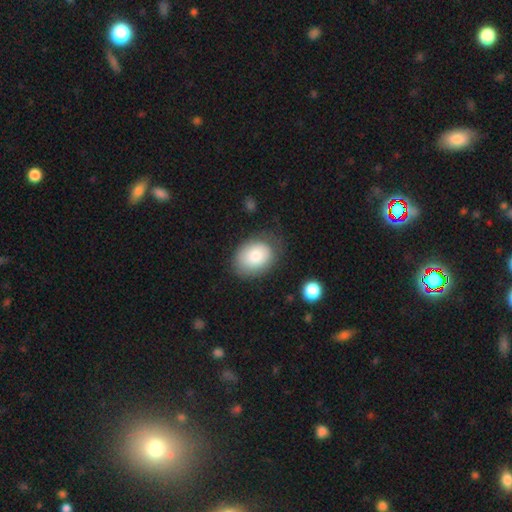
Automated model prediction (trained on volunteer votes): Smooth or featured?
  - smooth: 81% *
  - featured or disk: 12%
  - star or artifact: 7%
How rounded?
  - in between: 69% *
  - round: 31%
  - cigar-shaped: 1%
Merging?
  - none: 69% *
  - minor disturbance: 21%
  - major disturbance: 8%
  - merger: 2%